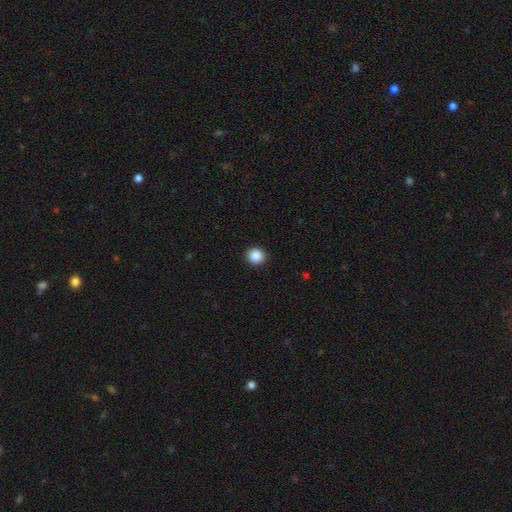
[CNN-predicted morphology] type=smooth (87%); roundness=round (86%); merging=none (93%).